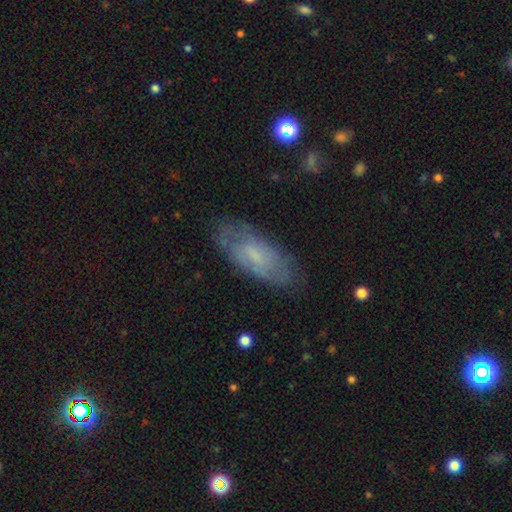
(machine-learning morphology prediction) Smooth or featured: smooth — 51% (featured or disk — 42%)
How rounded: in between — 79% (cigar-shaped — 18%)
Merging: none — 73% (minor disturbance — 20%)